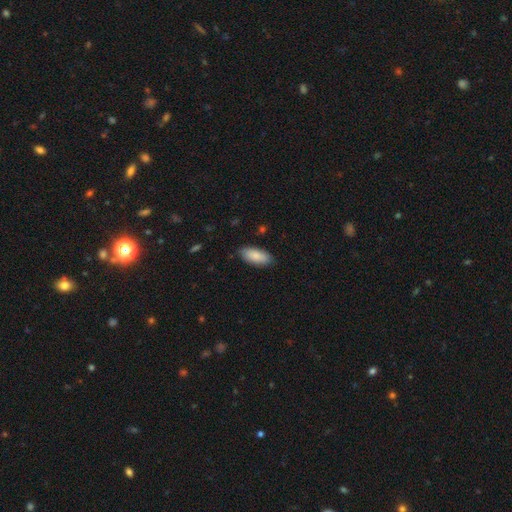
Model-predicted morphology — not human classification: smooth-or-featured: smooth: 87% | featured or disk: 7% | star or artifact: 6%
  how-rounded: in between: 88% | cigar-shaped: 11% | round: 2%
  merging: none: 85% | minor disturbance: 12% | major disturbance: 2% | merger: 1%